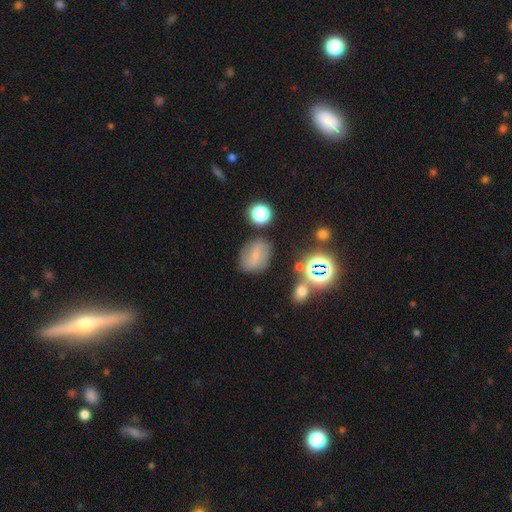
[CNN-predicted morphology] featured or disk 42% (tied), smooth 42% (tied), star or artifact 16%. Down the decision tree: merging — none (74%).